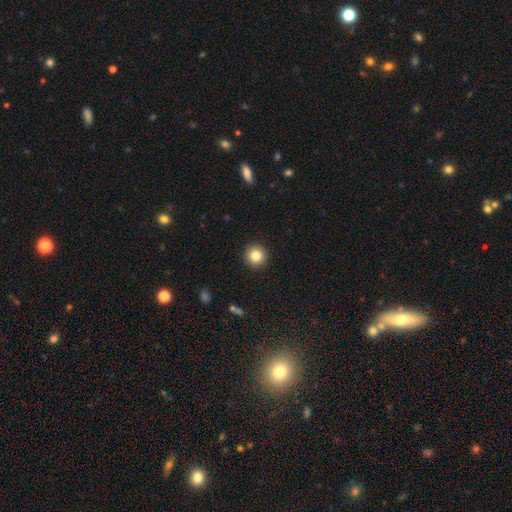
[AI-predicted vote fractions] Overall: smooth (84%). How rounded: round (95%). Merging: none (93%).